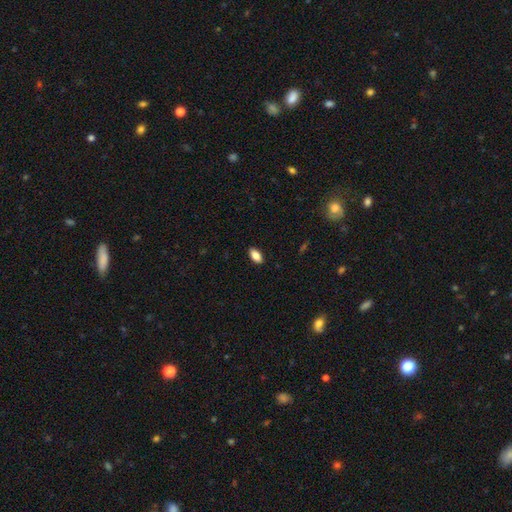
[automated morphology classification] Smooth or featured: smooth — 82% (featured or disk — 10%)
How rounded: in between — 89% (cigar-shaped — 8%)
Merging: none — 89% (minor disturbance — 8%)